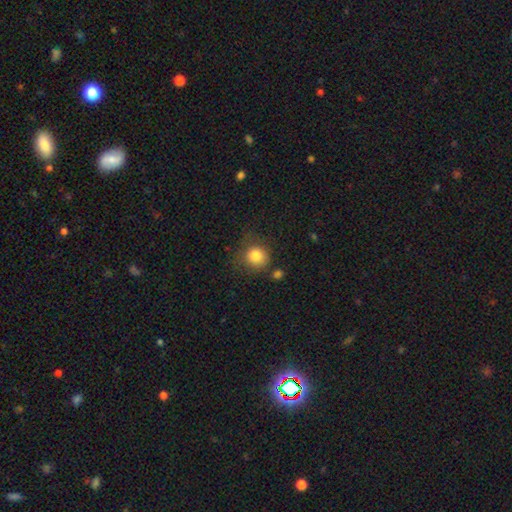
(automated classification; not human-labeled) smooth-or-featured: smooth: 83% | star or artifact: 10% | featured or disk: 7%
  how-rounded: round: 87% | in between: 12% | cigar-shaped: 1%
  merging: none: 68% | minor disturbance: 19% | major disturbance: 7% | merger: 6%